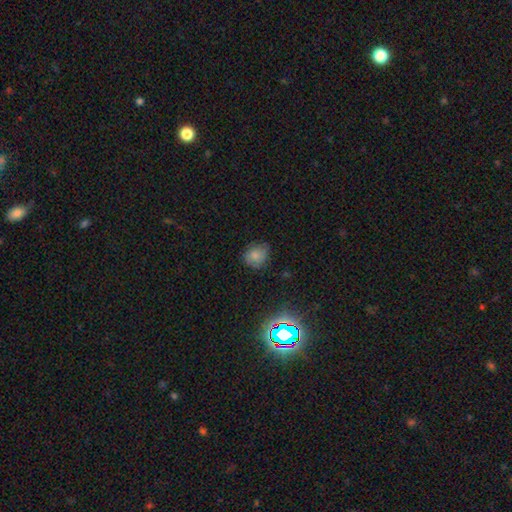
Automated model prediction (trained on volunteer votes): This appears to be a smooth galaxy with no disk features (76%) that is round (66%). Merging: none (73%).